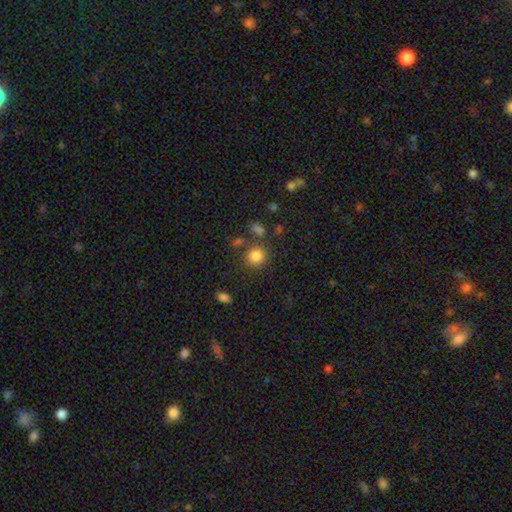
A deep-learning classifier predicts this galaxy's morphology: This is clearly a smooth galaxy (83%). How rounded: clearly round (86%). Merging: likely none (74%).